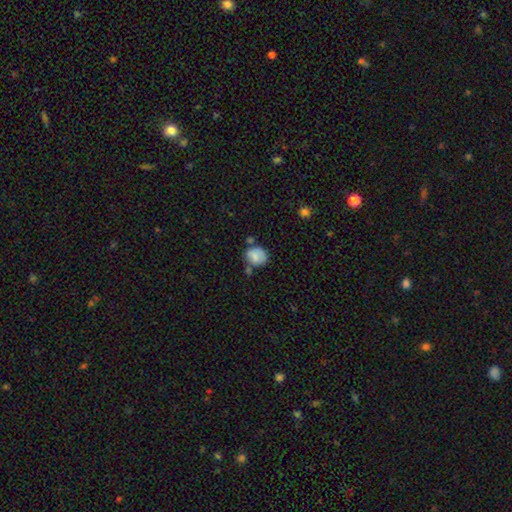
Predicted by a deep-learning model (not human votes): smooth 80%, featured or disk 12%, star or artifact 8%. Down the decision tree: how rounded — round (58%); merging — none (53%).